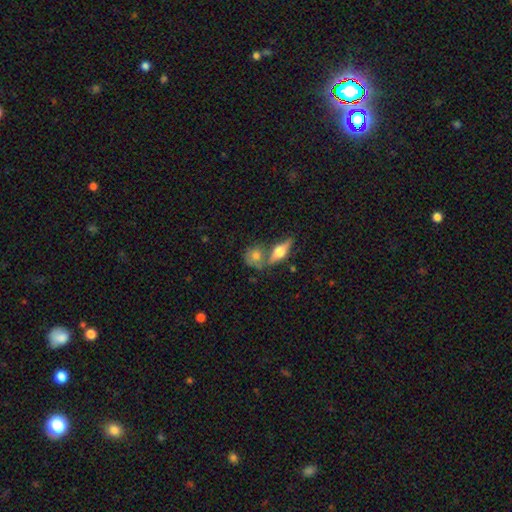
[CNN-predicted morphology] Smooth or featured? Predicted: smooth (p=0.61). How rounded? Predicted: round (p=0.54). Merging? Predicted: none (p=0.51).